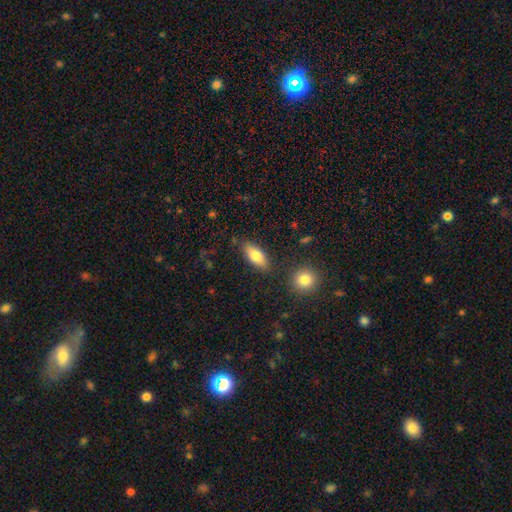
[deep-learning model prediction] Smooth or featured? smooth (78%)
How rounded? in between (81%)
Merging? none (83%)